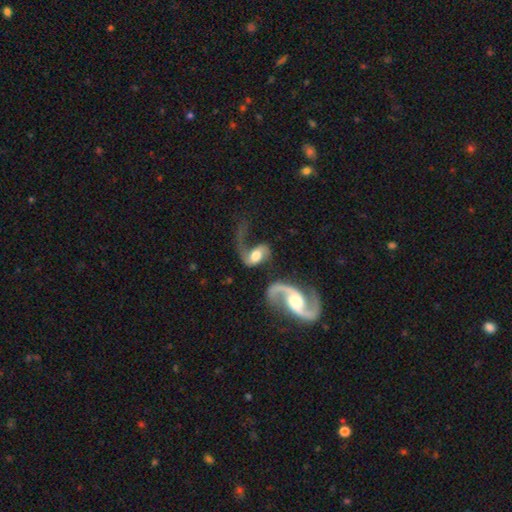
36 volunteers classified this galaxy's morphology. A featured or disk galaxy (75%) with no bar (44%), 2 (65%) loose (65%) spiral arms (96%) and a large central bulge (44%).

Vote fractions:
- Smooth or featured? featured or disk: 75% / smooth: 19% / star or artifact: 6%
- Edge-on disk? no: 100% / yes: 0%
- Bar? no: 44% / weak: 33% / strong: 22%
- Spiral arms? yes: 96% / no: 4%
- Spiral winding? loose: 65% / medium: 31% / tight: 4%
- Spiral arm count? 2: 65% / 1: 35% / 3: 0% / 4: 0% / more than 4: 0% / can't tell: 0%
- Bulge size? large: 44% / moderate: 37% / small: 11% / dominant: 4% / none: 4%
- Merging? major disturbance: 44% / none: 21% / merger: 21% / minor disturbance: 15%